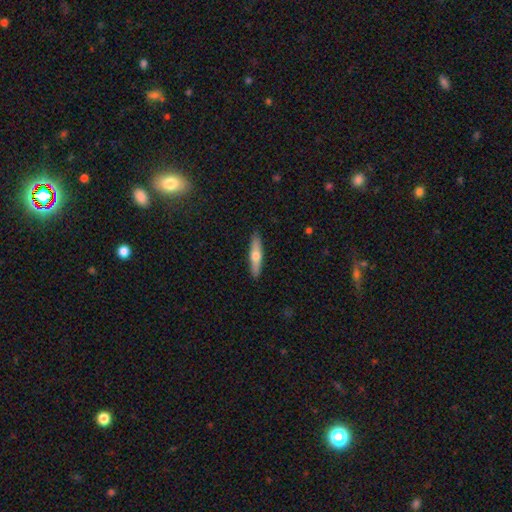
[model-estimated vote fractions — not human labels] Q: Smooth or featured?
A: smooth (53%); runner-up: featured or disk (42%)
Q: How rounded?
A: cigar-shaped (82%); runner-up: in between (16%)
Q: Merging?
A: none (90%); runner-up: minor disturbance (7%)